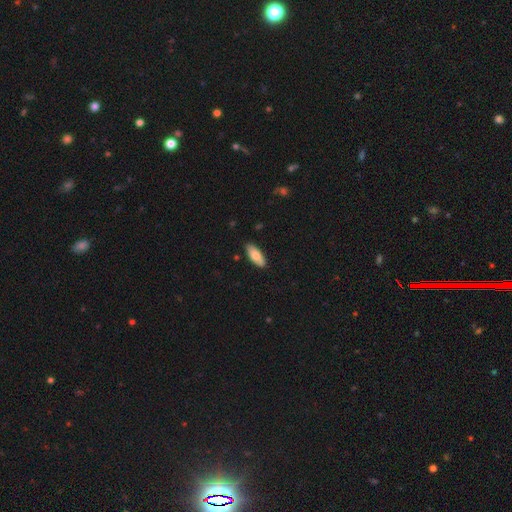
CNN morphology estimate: smooth-or-featured: smooth: 77% | featured or disk: 17% | star or artifact: 6%
  how-rounded: in between: 79% | cigar-shaped: 19% | round: 2%
  merging: none: 86% | minor disturbance: 11% | major disturbance: 2% | merger: 1%